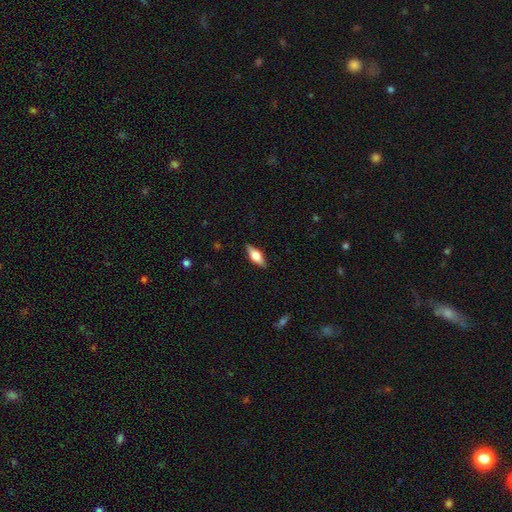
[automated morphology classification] smooth-or-featured: smooth: 47% (tied) | featured or disk: 47% (tied) | star or artifact: 7%
  merging: none: 88% | minor disturbance: 9% | major disturbance: 2% | merger: 1%